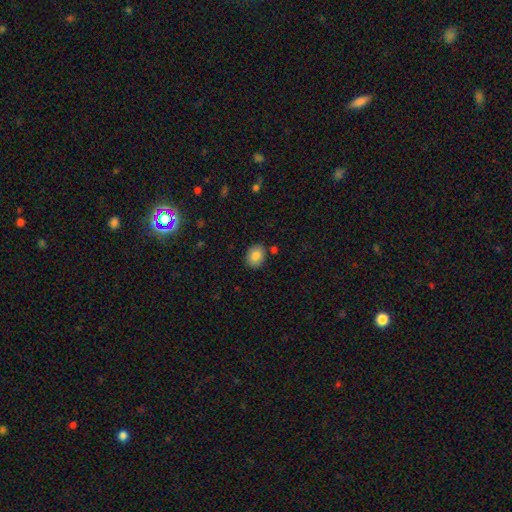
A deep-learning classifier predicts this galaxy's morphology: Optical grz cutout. It shows a smooth galaxy with no disk features (85%) that is in between round and cigar-shaped (50%). Merging: none (84%).